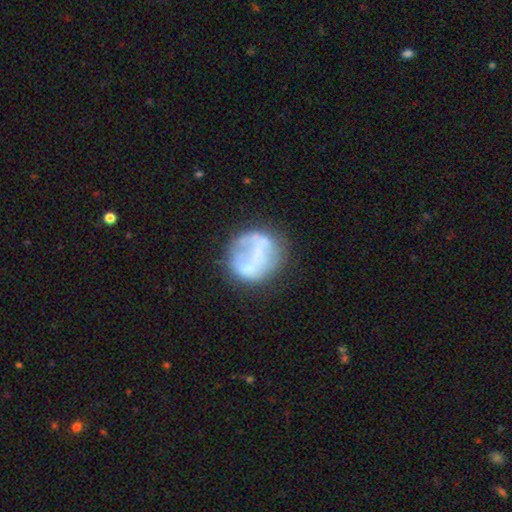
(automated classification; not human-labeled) This is possibly a featured or disk galaxy (46%). Merging: possibly none (53%).